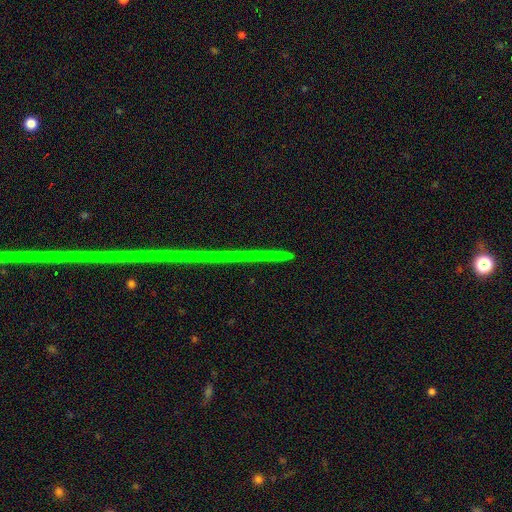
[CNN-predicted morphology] Smooth or featured? Predicted: star or artifact (p=0.85).